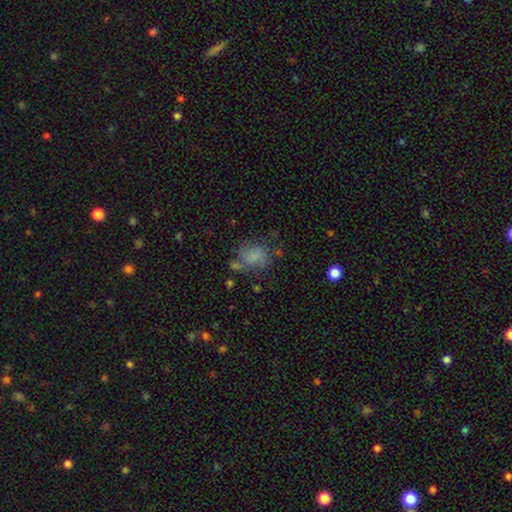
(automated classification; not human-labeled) A smooth galaxy with no disk features (63%) that is round (53%). Merging: none (48%).